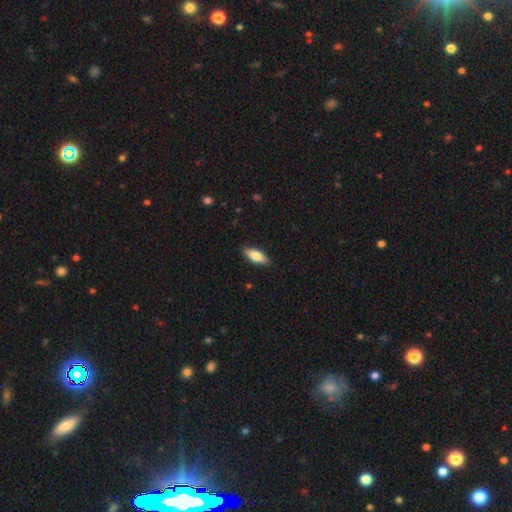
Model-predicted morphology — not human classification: smooth-or-featured: smooth: 73% | featured or disk: 21% | star or artifact: 6%
  how-rounded: in between: 70% | cigar-shaped: 27% | round: 2%
  merging: none: 86% | minor disturbance: 11% | major disturbance: 2% | merger: 1%